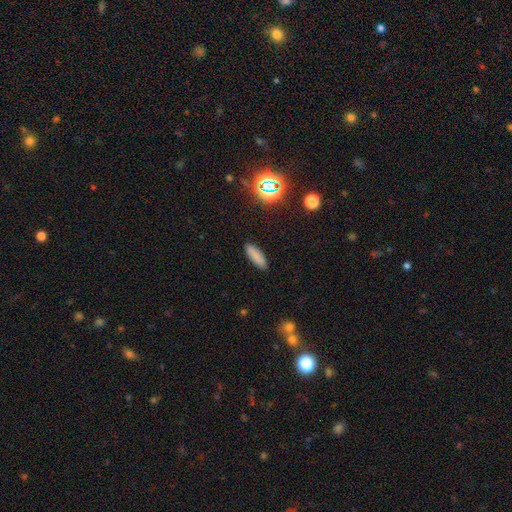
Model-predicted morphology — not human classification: Smooth or featured? Predicted: smooth (p=0.81). How rounded? Predicted: cigar-shaped (p=0.51). Merging? Predicted: none (p=0.89).